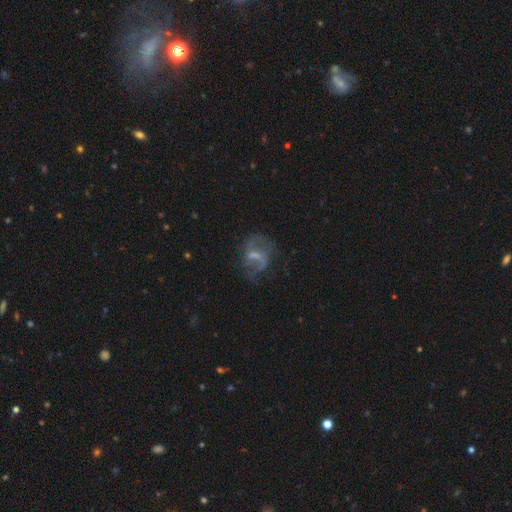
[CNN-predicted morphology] Q: Smooth or featured?
A: featured or disk (67%); runner-up: smooth (23%)
Q: Edge-on disk?
A: no (97%); runner-up: yes (3%)
Q: Bar?
A: weak (52%); runner-up: no (26%)
Q: Spiral arms?
A: yes (74%); runner-up: no (26%)
Q: Bulge size?
A: none (35%); runner-up: small (32%)
Q: Merging?
A: none (47%); runner-up: major disturbance (28%)